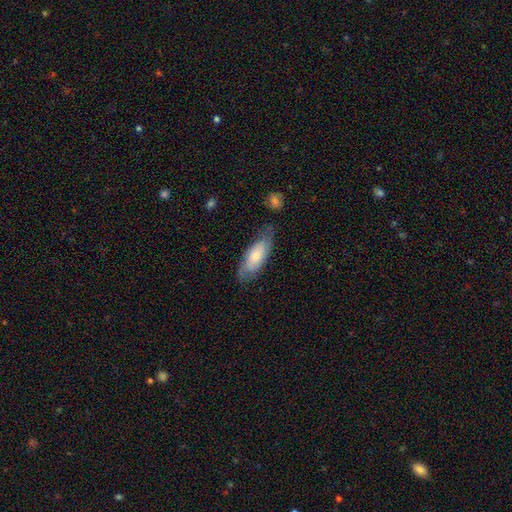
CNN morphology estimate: This appears to be a smooth galaxy with no disk features (63%) that is in between round and cigar-shaped (75%). Merging: none (66%).